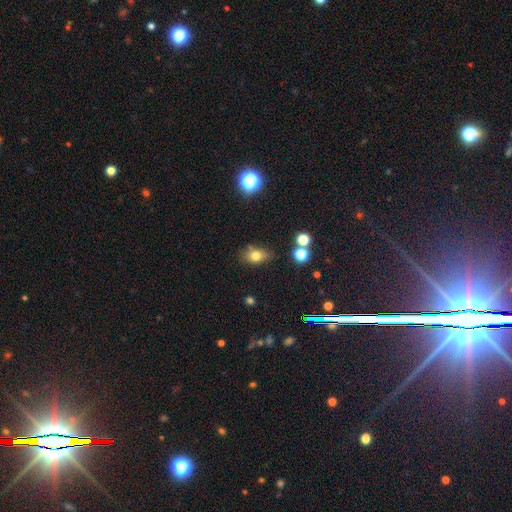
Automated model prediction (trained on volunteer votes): Morphology: type=smooth (73%); roundness=in between (72%); merging=none (69%).